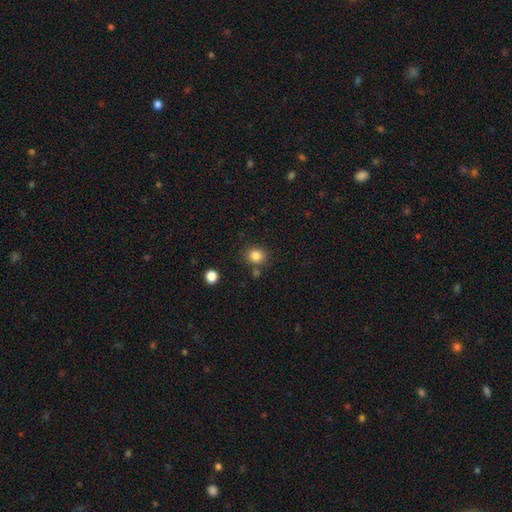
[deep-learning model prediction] The model was most divided on "how rounded": round: 81%, in between: 18%, cigar-shaped: 1%. More confident: smooth or featured — smooth (84%); merging — none (80%).